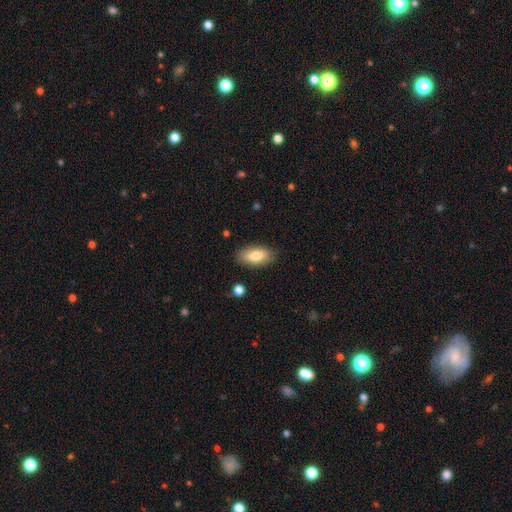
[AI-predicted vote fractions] Overall: smooth (81%). How rounded: in between (87%). Merging: none (85%).